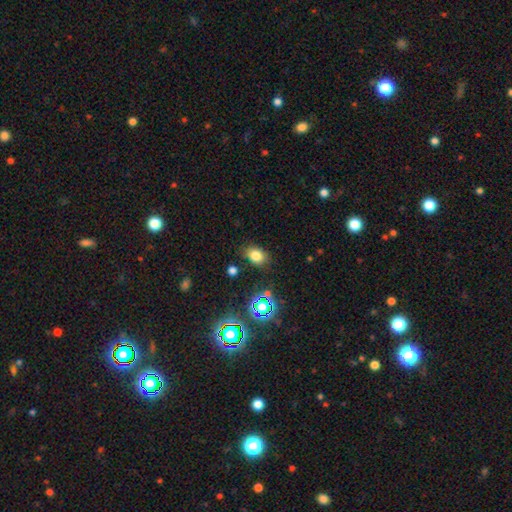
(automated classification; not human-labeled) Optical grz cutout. It shows a smooth galaxy with no disk features (77%) that is in between round and cigar-shaped (69%). Merging: none (81%).